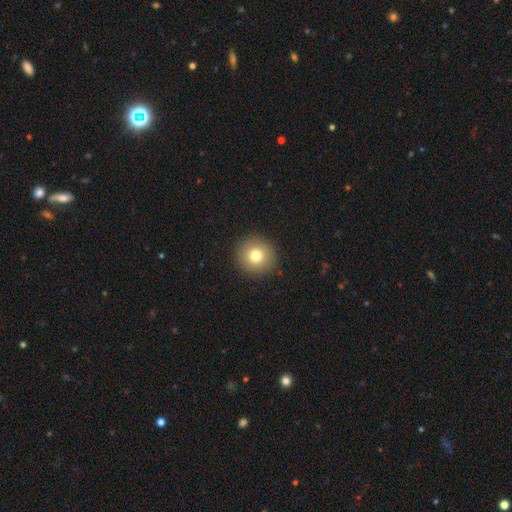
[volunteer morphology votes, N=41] Smooth or featured: smooth — 80% (featured or disk — 15%)
How rounded: round — 100%
Merging: none — 95% (minor disturbance — 3%)